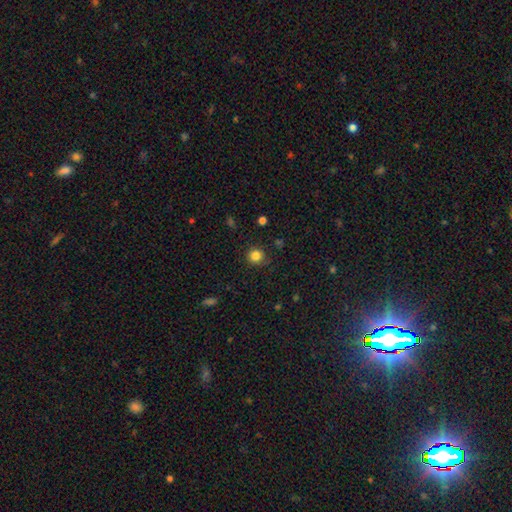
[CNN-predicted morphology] This is clearly a smooth galaxy (84%). How rounded: clearly round (92%). Merging: clearly none (86%).